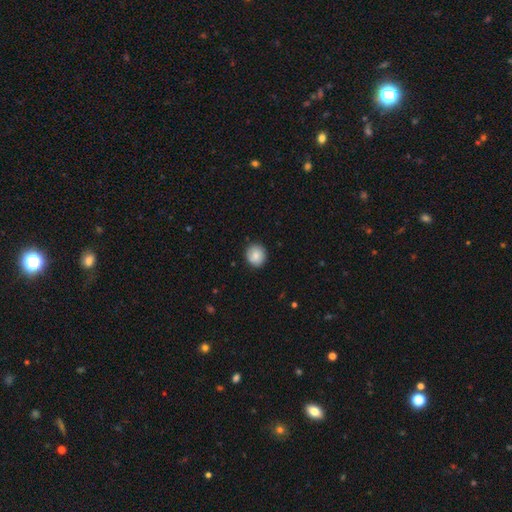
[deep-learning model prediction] A smooth galaxy with no disk features (83%) that is round (87%). Merging: none (87%).